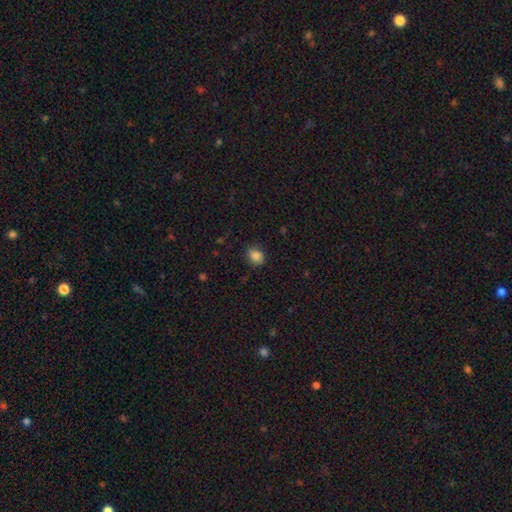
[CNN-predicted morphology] Q: Smooth or featured?
A: smooth (85%); runner-up: star or artifact (10%)
Q: How rounded?
A: round (56%); runner-up: in between (43%)
Q: Merging?
A: none (77%); runner-up: minor disturbance (17%)